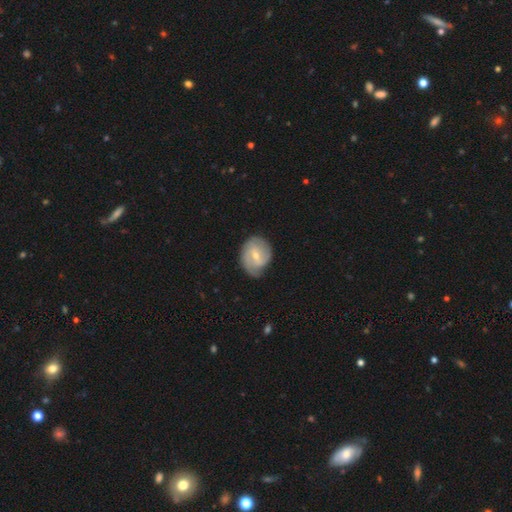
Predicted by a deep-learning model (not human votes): Smooth or featured? Predicted: featured or disk (p=0.66). Edge-on disk? Predicted: no (p=0.97). Bar? Predicted: weak (p=0.55). Spiral arms? Predicted: yes (p=0.87). Spiral winding? Predicted: tight (p=0.43). Spiral arm count? Predicted: 2 (p=0.53). Bulge size? Predicted: small (p=0.56). Merging? Predicted: none (p=0.63).